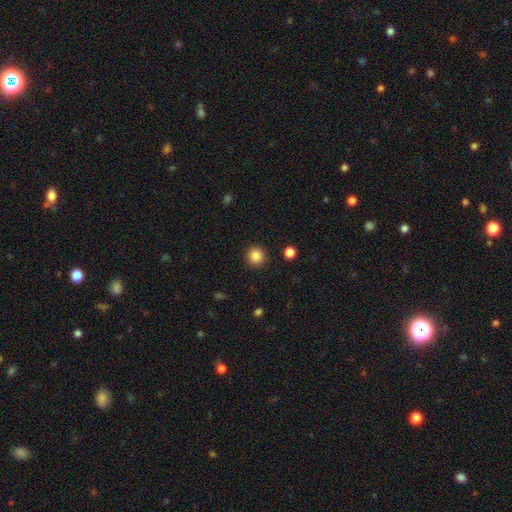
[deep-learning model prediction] A smooth galaxy with no disk features (86%) that is round (93%).

Vote fractions:
- Smooth or featured? smooth: 86% / star or artifact: 10% / featured or disk: 4%
- How rounded? round: 93% / in between: 7% / cigar-shaped: 1%
- Merging? none: 92% / minor disturbance: 5% / major disturbance: 2% / merger: 1%